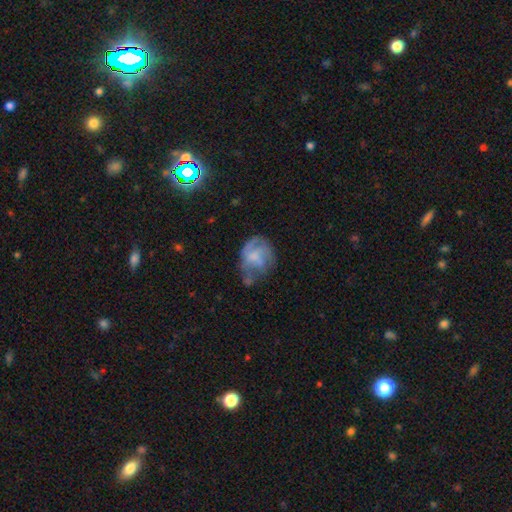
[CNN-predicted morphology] type=featured or disk (51%); edge-on=no (98%); bar=no (68%); spiral arms=yes (53%); bulge=none (38%); merging=none (42%).